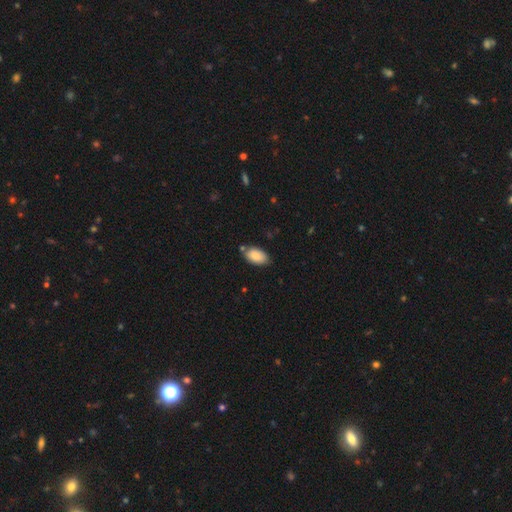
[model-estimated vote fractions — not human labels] A smooth galaxy with no disk features (87%) that is in between round and cigar-shaped (94%). Merging: none (73%).